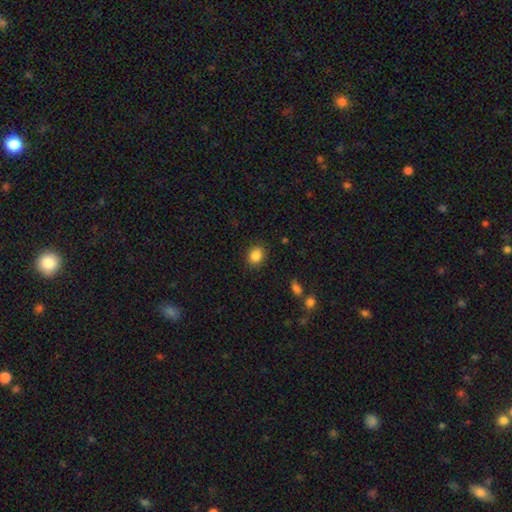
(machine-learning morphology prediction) smooth-or-featured: smooth: 86% | star or artifact: 10% | featured or disk: 4%
  how-rounded: round: 66% | in between: 33% | cigar-shaped: 1%
  merging: none: 89% | minor disturbance: 8% | major disturbance: 2% | merger: 1%